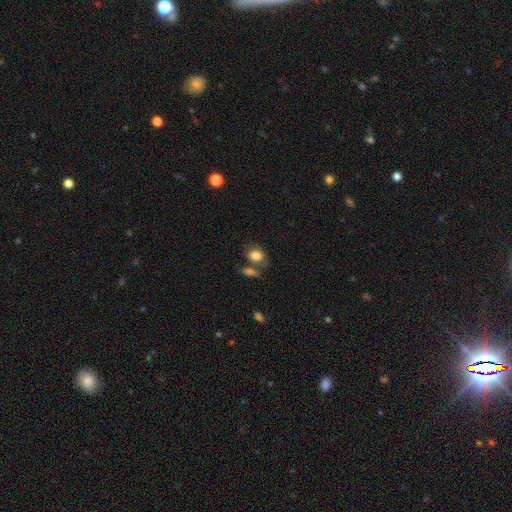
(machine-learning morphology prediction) Smooth or featured?
  - smooth: 81% *
  - featured or disk: 11%
  - star or artifact: 9%
How rounded?
  - in between: 72% *
  - round: 26%
  - cigar-shaped: 2%
Merging?
  - none: 54% *
  - merger: 24%
  - minor disturbance: 16%
  - major disturbance: 6%